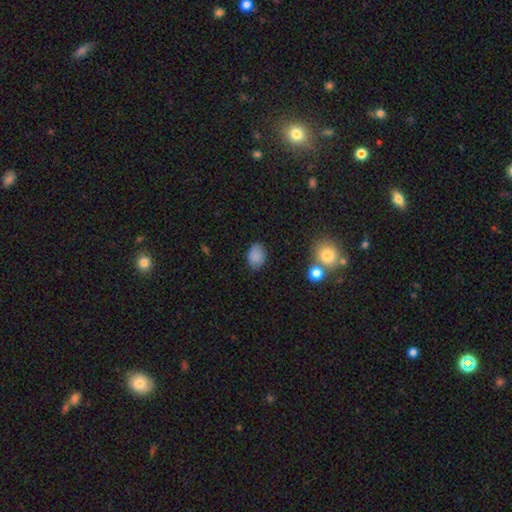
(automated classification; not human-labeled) Smooth or featured? Predicted: smooth (p=0.85). How rounded? Predicted: in between (p=0.75). Merging? Predicted: none (p=0.81).